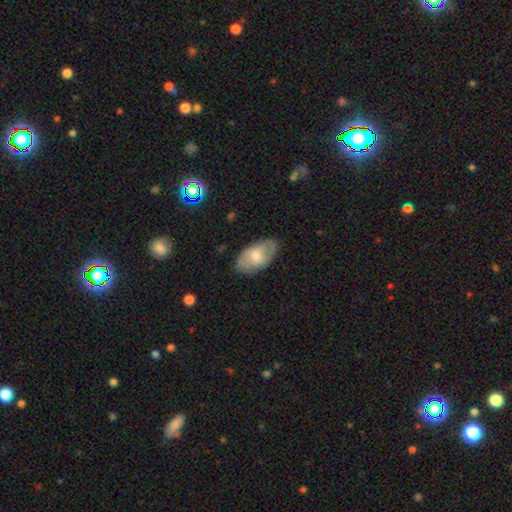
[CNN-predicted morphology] smooth-or-featured: smooth: 54% | featured or disk: 40% | star or artifact: 6%
  how-rounded: in between: 93% | round: 5% | cigar-shaped: 2%
  merging: none: 78% | minor disturbance: 16% | major disturbance: 4% | merger: 1%